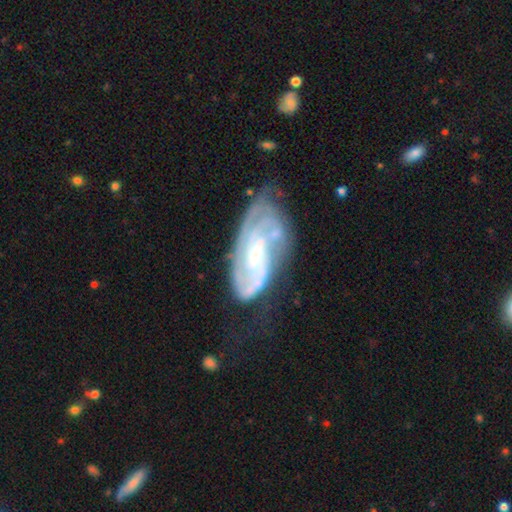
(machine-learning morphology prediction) Smooth or featured: featured or disk — 84% (smooth — 10%)
Edge-on disk: no — 94% (yes — 6%)
Bar: no — 48% (weak — 38%)
Spiral arms: yes — 93% (no — 7%)
Spiral winding: tight — 56% (medium — 34%)
Spiral arm count: can't tell — 34% (2 — 29%)
Bulge size: small — 63% (moderate — 32%)
Merging: none — 54% (minor disturbance — 26%)